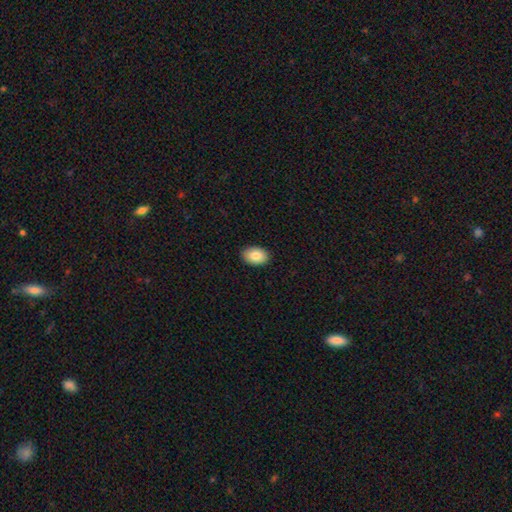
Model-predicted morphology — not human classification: type=smooth (84%); roundness=in between (85%); merging=none (90%).